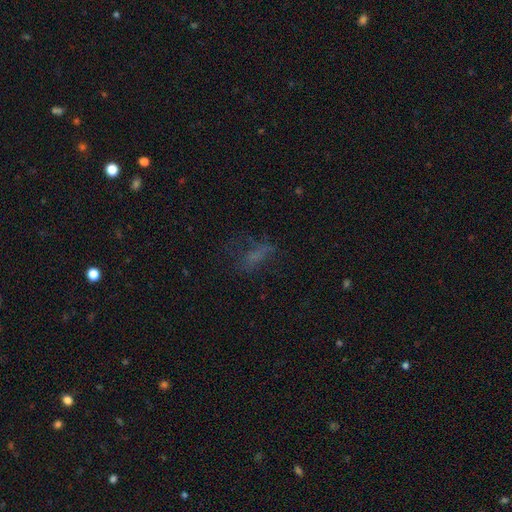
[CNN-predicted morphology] Smooth or featured? Predicted: smooth (p=0.45). Merging? Predicted: none (p=0.46).